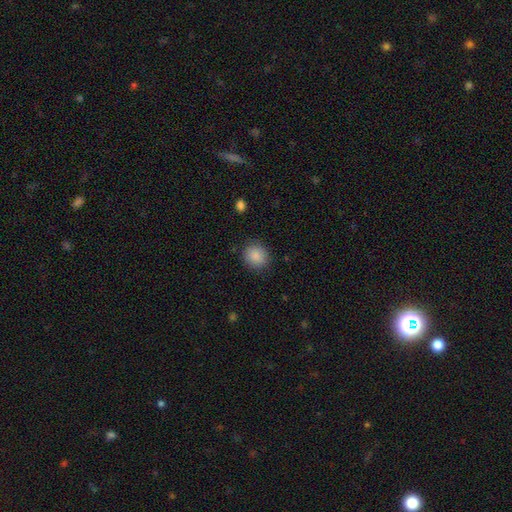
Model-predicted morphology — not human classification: smooth-or-featured: smooth: 88% | star or artifact: 9% | featured or disk: 4%
  how-rounded: round: 83% | in between: 17% | cigar-shaped: 1%
  merging: none: 87% | minor disturbance: 9% | major disturbance: 3% | merger: 1%